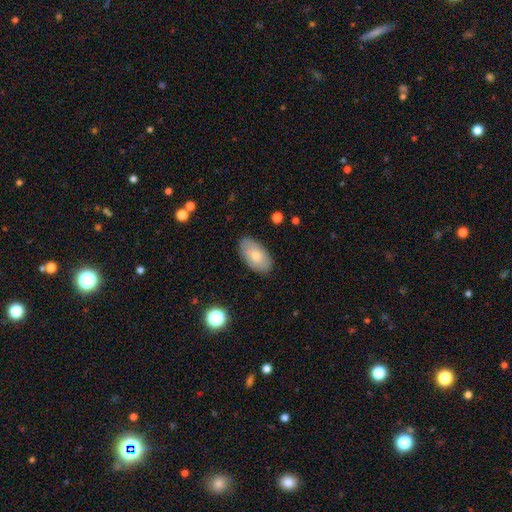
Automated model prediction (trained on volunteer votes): Q: Smooth or featured?
A: smooth (72%); runner-up: featured or disk (21%)
Q: How rounded?
A: in between (95%); runner-up: round (3%)
Q: Merging?
A: none (85%); runner-up: minor disturbance (12%)